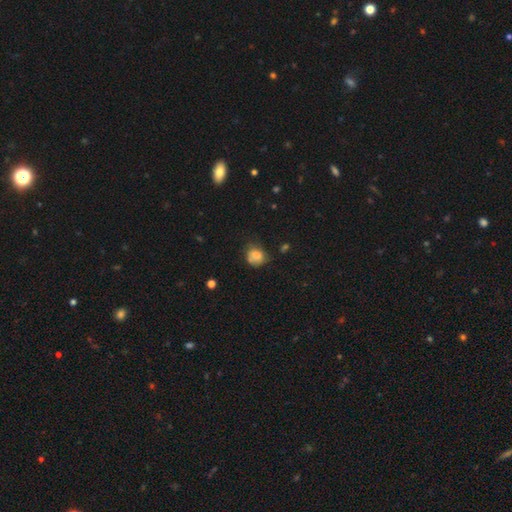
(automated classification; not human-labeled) Smooth or featured? smooth (78%)
How rounded? round (69%)
Merging? none (56%)